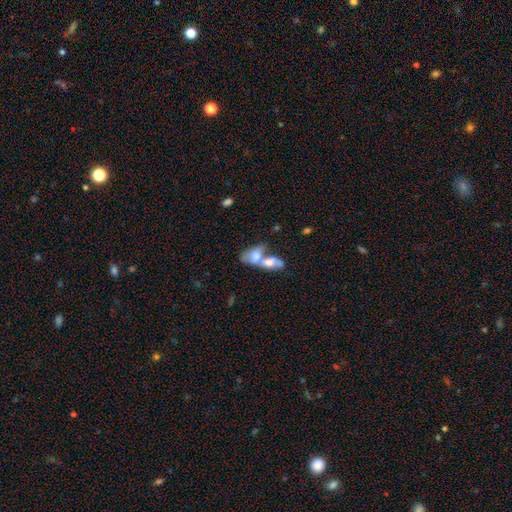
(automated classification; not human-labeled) Overall: smooth (63%; featured or disk 29%). How rounded: in between (84%). Merging: merger (80%).